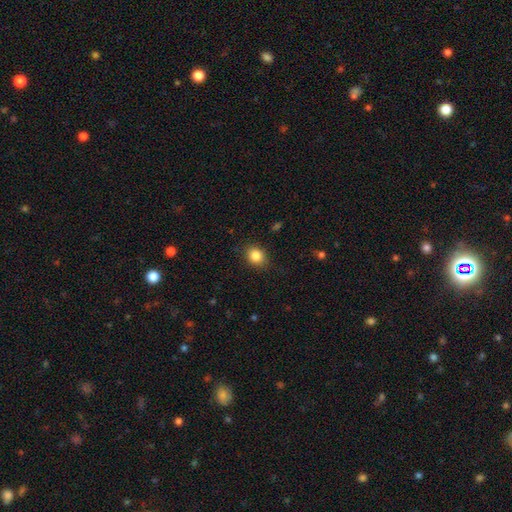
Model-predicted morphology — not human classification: Overall: smooth (85%). How rounded: round (65%; in between 34%). Merging: none (84%).